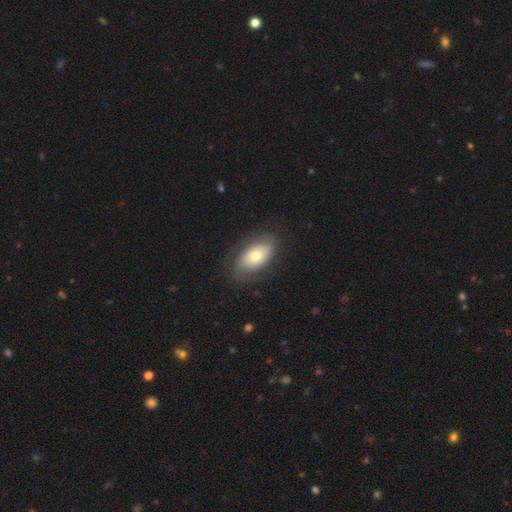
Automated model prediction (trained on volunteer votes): This appears to be a smooth galaxy with no disk features (61%) that is in between round and cigar-shaped (91%). Merging: none (71%).